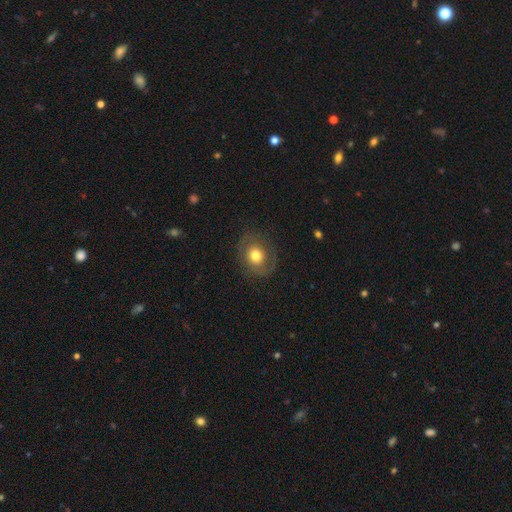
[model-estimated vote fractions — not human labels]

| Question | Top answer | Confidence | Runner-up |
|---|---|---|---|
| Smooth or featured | smooth | 52% | featured or disk (39%) |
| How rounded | round | 65% | in between (34%) |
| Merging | none | 78% | minor disturbance (13%) |